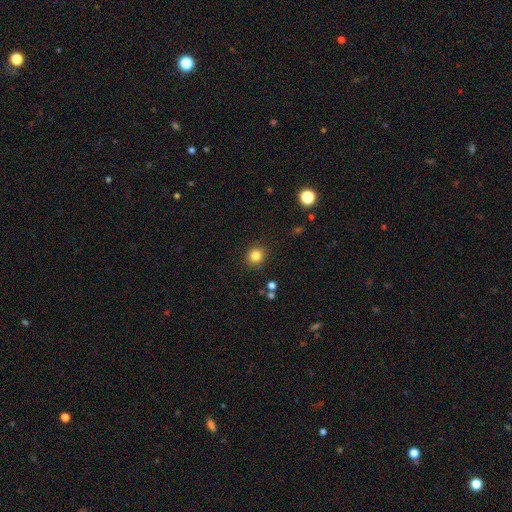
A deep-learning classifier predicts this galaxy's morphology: Smooth or featured: smooth — 83% (star or artifact — 12%)
How rounded: round — 88% (in between — 12%)
Merging: none — 90% (minor disturbance — 7%)